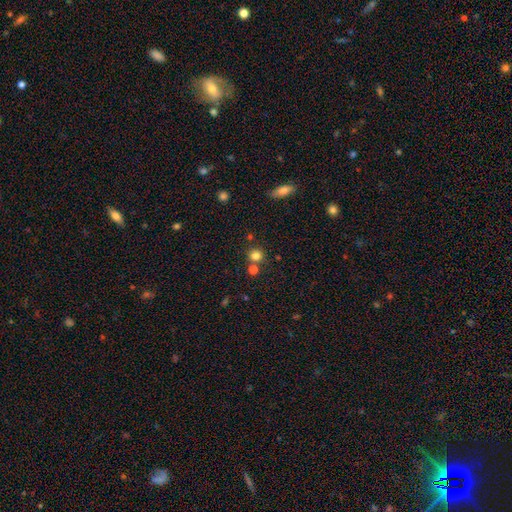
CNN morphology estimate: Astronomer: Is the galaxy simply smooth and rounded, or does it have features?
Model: smooth — 80%.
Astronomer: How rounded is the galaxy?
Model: round — 91%.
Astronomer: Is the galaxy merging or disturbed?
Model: none — 77%.